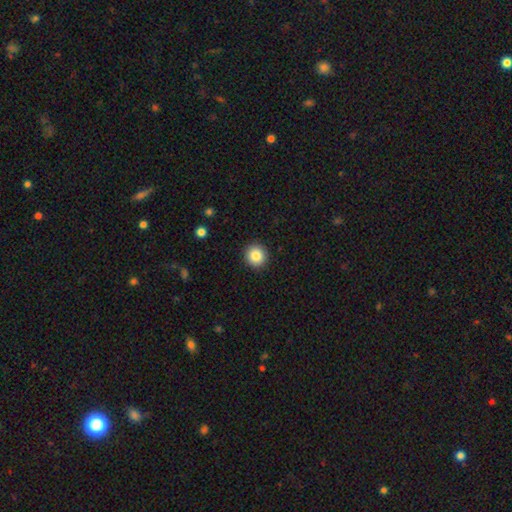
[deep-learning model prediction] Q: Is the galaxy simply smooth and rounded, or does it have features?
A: smooth — 85%.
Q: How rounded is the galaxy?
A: round — 94%.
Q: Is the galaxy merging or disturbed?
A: none — 92%.